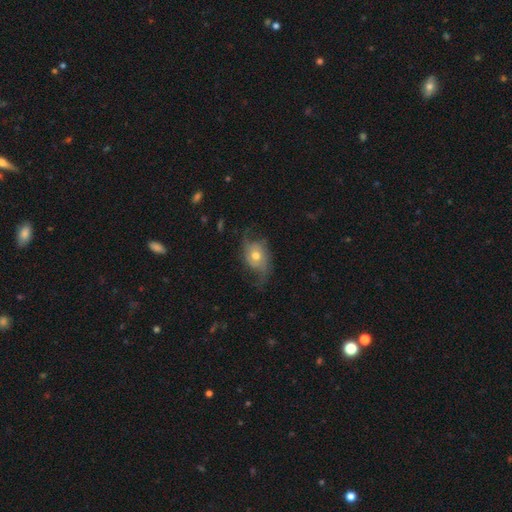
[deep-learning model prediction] Morphology: type=featured or disk (69%); edge-on=no (95%); bar=no (75%); spiral arms=yes (87%); winding=loose (61%); arm count=2 (76%); bulge=moderate (72%); merging=none (53%).